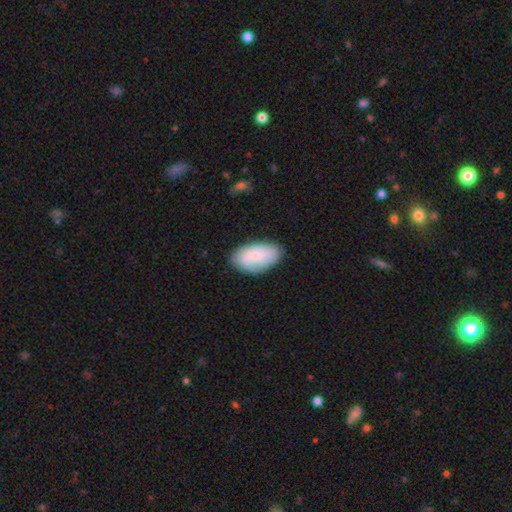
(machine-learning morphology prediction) The model was most divided on "smooth or featured": smooth: 64%, featured or disk: 30%, star or artifact: 6%. More confident: how rounded — in between (93%); merging — none (75%).